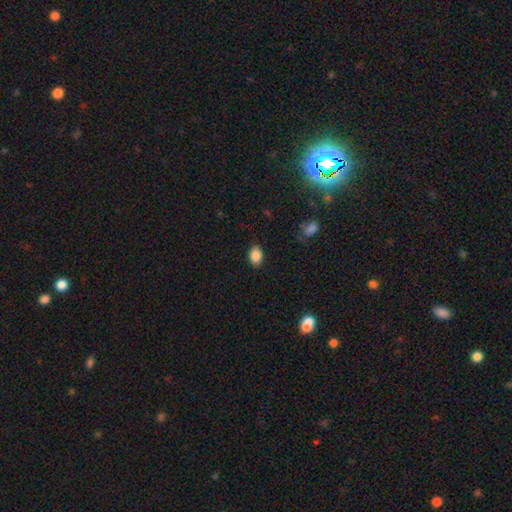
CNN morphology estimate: type=smooth (86%); roundness=in between (74%); merging=none (87%).